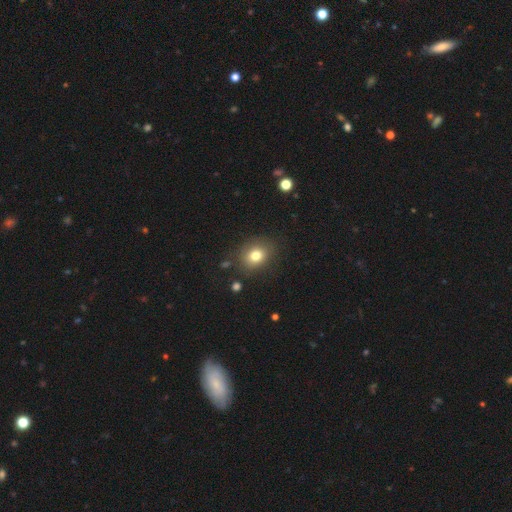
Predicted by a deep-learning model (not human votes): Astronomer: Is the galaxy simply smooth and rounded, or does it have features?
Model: smooth — 78%.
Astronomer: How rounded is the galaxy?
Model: round — 59% (runner-up: in between, 40%).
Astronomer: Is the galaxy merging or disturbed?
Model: none — 82%.